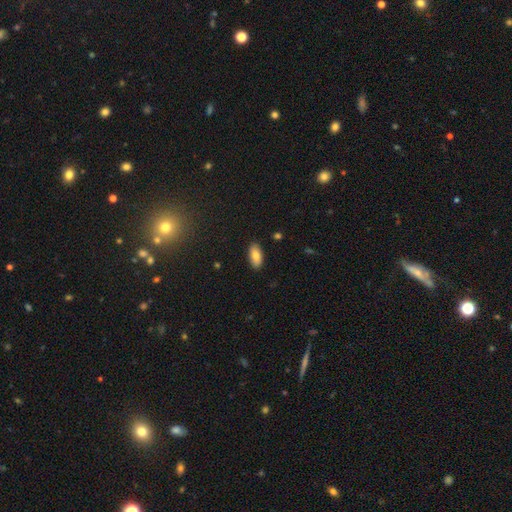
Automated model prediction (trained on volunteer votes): smooth_or_featured: smooth (p=0.81) [alt: featured or disk p=0.12]
how_rounded: in between (p=0.89) [alt: cigar-shaped p=0.09]
merging: none (p=0.88) [alt: minor disturbance p=0.09]